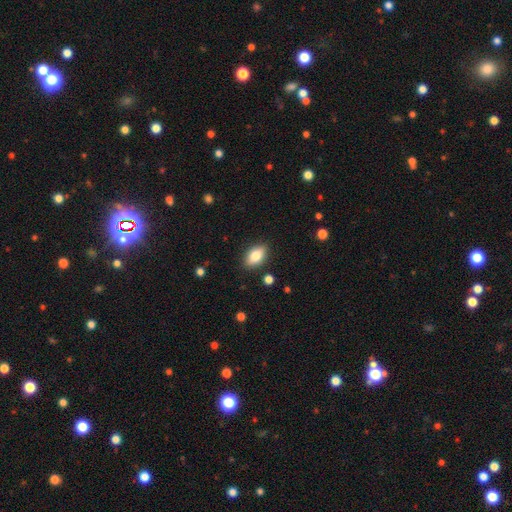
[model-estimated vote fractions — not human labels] The model was most divided on "smooth or featured": smooth: 80%, featured or disk: 13%, star or artifact: 8%. More confident: how rounded — in between (88%); merging — none (87%).